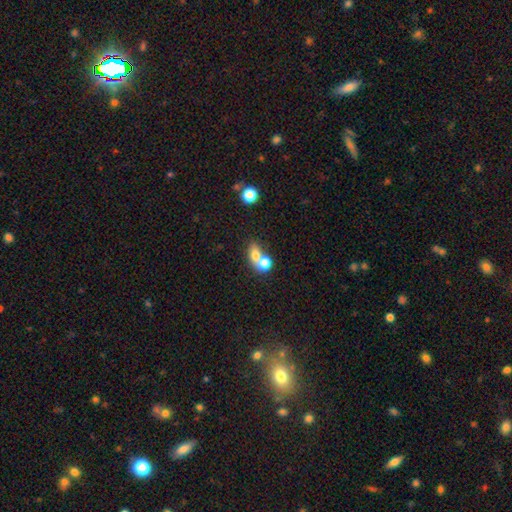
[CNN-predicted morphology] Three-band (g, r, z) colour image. It shows a smooth galaxy with no disk features (72%) that is in between round and cigar-shaped (56%). Merging: merger (60%).